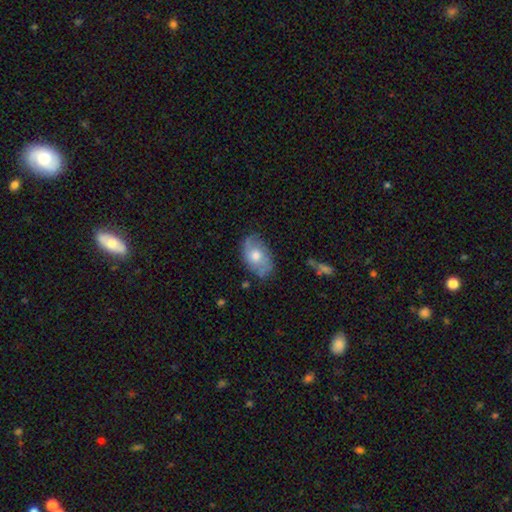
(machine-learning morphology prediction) This appears to be a smooth galaxy with no disk features (53%) that is in between round and cigar-shaped (89%). Merging: none (72%).